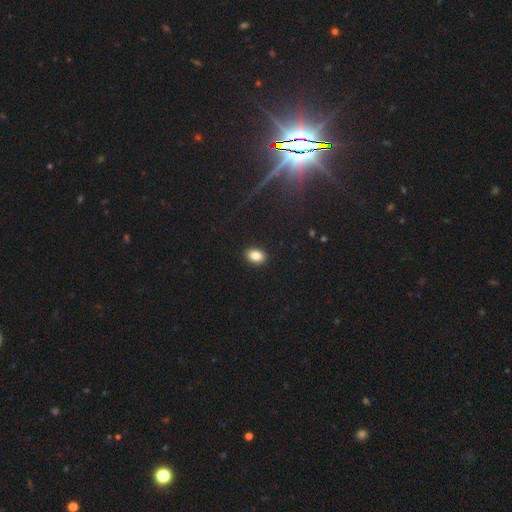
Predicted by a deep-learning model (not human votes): Smooth or featured?
  - smooth: 85% *
  - star or artifact: 9%
  - featured or disk: 7%
How rounded?
  - in between: 84% *
  - round: 15%
  - cigar-shaped: 1%
Merging?
  - none: 90% *
  - minor disturbance: 7%
  - major disturbance: 2%
  - merger: 1%